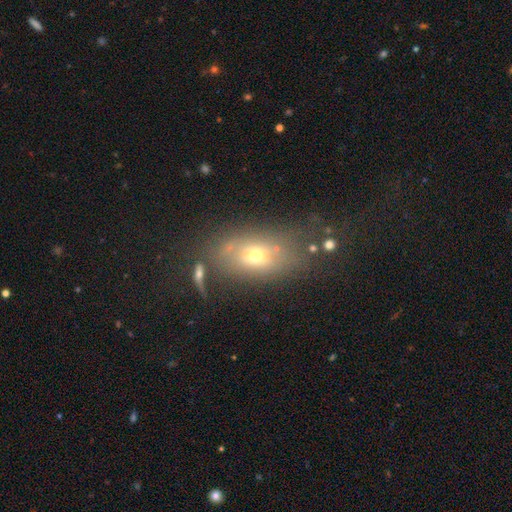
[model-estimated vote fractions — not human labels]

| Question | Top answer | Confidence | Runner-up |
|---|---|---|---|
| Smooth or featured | smooth | 60% | featured or disk (24%) |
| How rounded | in between | 75% | round (20%) |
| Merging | none | 57% | minor disturbance (18%) |